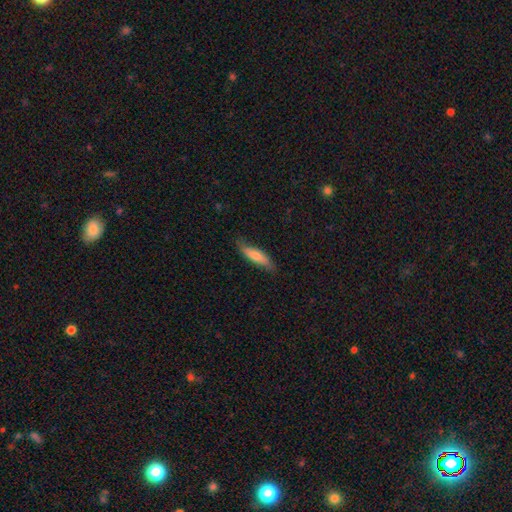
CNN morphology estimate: Overall: smooth (70%). How rounded: cigar-shaped (66%; in between 32%). Merging: none (76%).